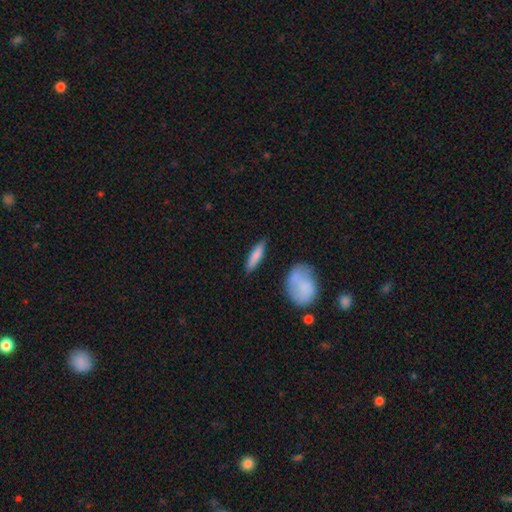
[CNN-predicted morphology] Smooth or featured?
  - smooth: 79% *
  - featured or disk: 16%
  - star or artifact: 6%
How rounded?
  - cigar-shaped: 74% *
  - in between: 24%
  - round: 2%
Merging?
  - none: 83% *
  - minor disturbance: 12%
  - merger: 3%
  - major disturbance: 3%